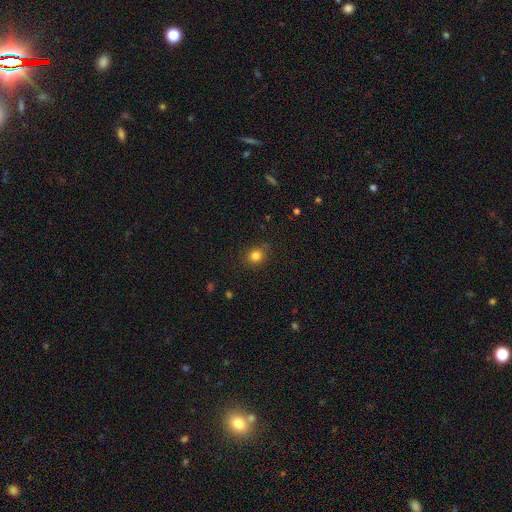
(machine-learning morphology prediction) Overall: smooth (82%). How rounded: round (78%). Merging: none (86%).